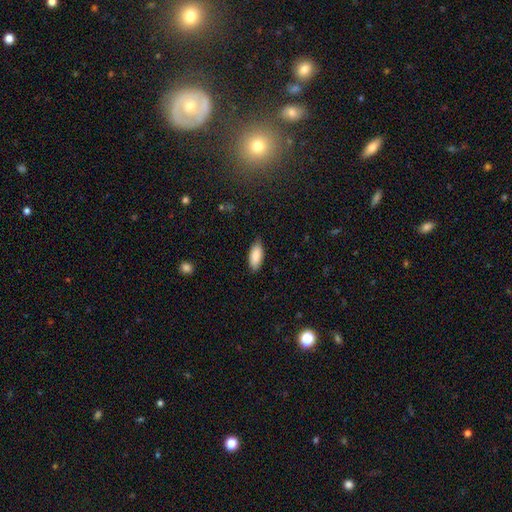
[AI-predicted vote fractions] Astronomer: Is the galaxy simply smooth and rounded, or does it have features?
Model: smooth — 88%.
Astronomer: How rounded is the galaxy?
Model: in between — 85%.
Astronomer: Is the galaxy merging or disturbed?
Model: none — 85%.